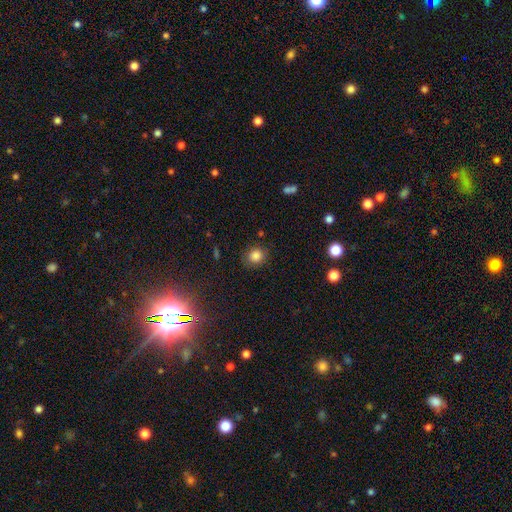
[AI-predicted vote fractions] smooth 83%, star or artifact 12%, featured or disk 5%. Down the decision tree: how rounded — round (80%); merging — none (84%).